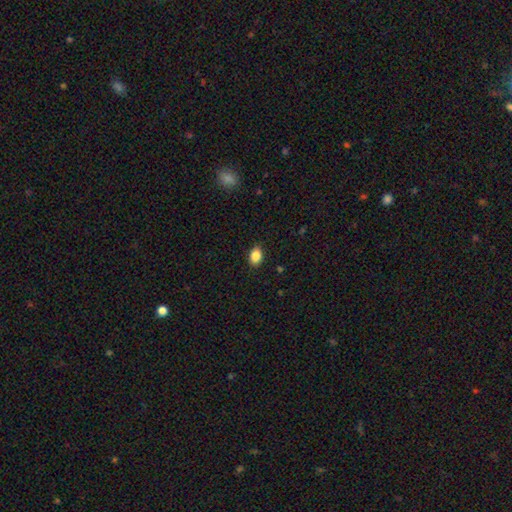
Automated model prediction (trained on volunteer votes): This appears to be a smooth galaxy with no disk features (87%) that is in between round and cigar-shaped (79%). Merging: none (88%).